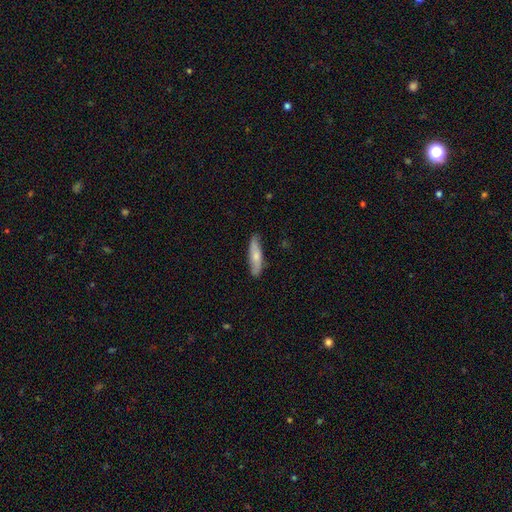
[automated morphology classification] smooth 65%, featured or disk 30%, star or artifact 5%. Down the decision tree: how rounded — cigar-shaped (72%); merging — none (82%).